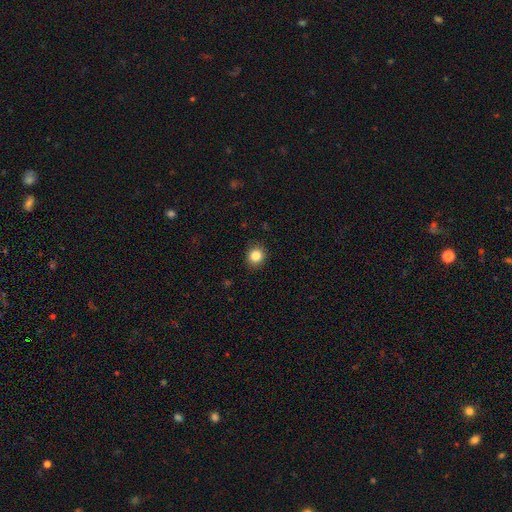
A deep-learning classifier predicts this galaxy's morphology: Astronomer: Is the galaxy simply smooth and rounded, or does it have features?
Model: smooth — 84%.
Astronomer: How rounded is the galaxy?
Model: round — 84%.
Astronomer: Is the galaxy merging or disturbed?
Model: none — 90%.